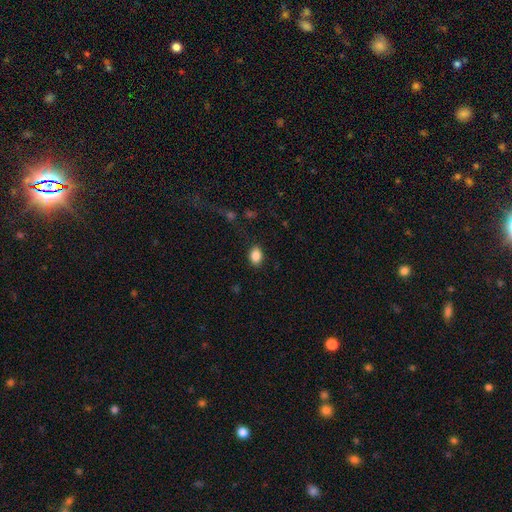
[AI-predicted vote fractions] Morphology: type=smooth (86%); roundness=in between (77%); merging=none (85%).